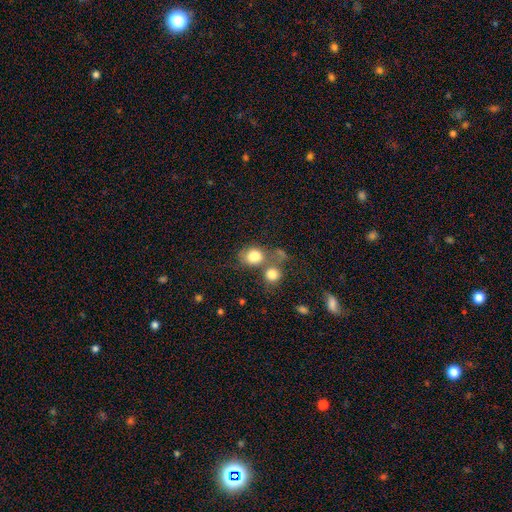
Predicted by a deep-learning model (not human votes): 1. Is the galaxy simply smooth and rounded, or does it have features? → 80% smooth, 10% featured or disk, 10% star or artifact.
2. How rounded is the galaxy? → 58% round, 40% in between, 1% cigar-shaped.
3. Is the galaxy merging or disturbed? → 41% merger, 38% none, 13% minor disturbance, 9% major disturbance.